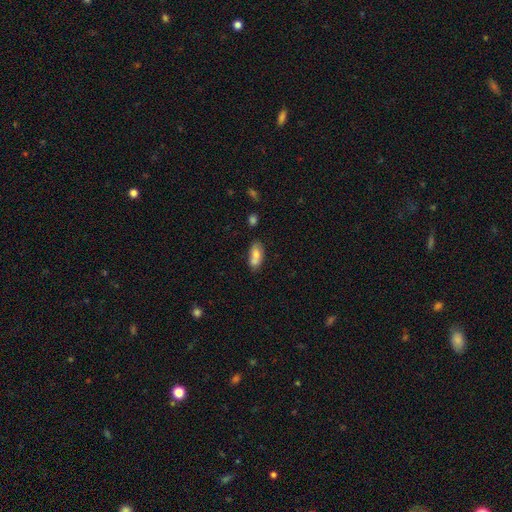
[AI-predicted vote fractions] Smooth or featured? Predicted: smooth (p=0.72). How rounded? Predicted: in between (p=0.85). Merging? Predicted: none (p=0.55).